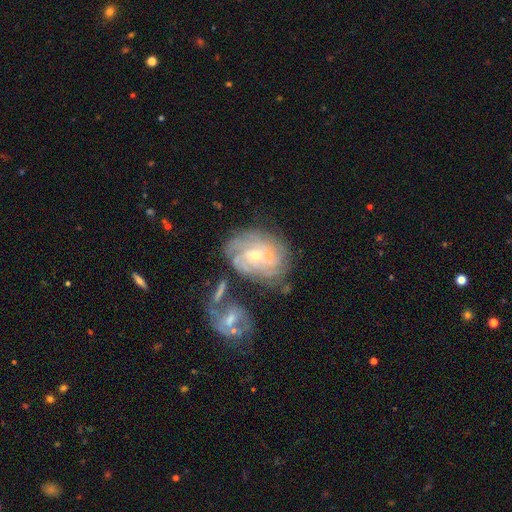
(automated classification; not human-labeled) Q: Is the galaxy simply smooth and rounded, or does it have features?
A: featured or disk — 81%.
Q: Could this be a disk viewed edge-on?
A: no — 97%.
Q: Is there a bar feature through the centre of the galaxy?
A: no — 60%.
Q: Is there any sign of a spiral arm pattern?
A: yes — 93%.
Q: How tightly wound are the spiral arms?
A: tight — 71%.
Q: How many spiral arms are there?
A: can't tell — 42%.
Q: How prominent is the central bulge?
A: small — 65%.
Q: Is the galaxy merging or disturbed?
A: none — 57%.